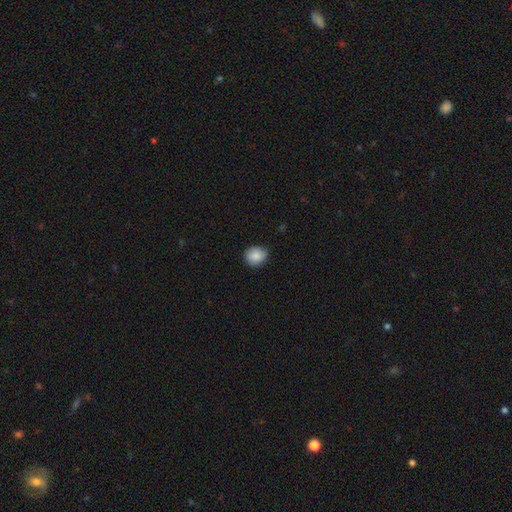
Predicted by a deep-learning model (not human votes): Smooth or featured?
  - smooth: 87% *
  - star or artifact: 7%
  - featured or disk: 6%
How rounded?
  - round: 79% *
  - in between: 21%
  - cigar-shaped: 1%
Merging?
  - none: 84% *
  - minor disturbance: 13%
  - major disturbance: 2%
  - merger: 1%